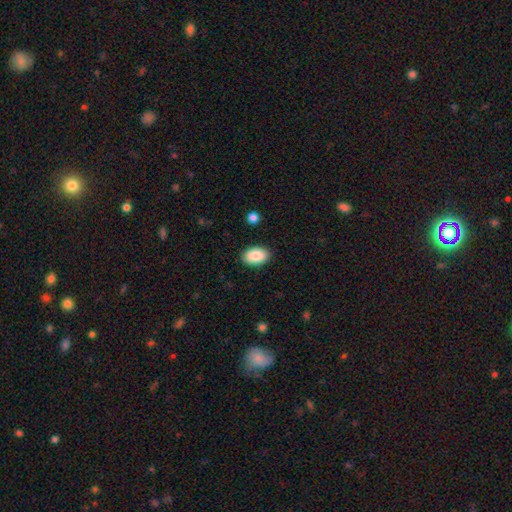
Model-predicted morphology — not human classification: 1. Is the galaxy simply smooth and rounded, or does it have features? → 89% smooth, 7% star or artifact, 5% featured or disk.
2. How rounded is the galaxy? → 91% in between, 8% round, 1% cigar-shaped.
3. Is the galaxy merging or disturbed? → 89% none, 8% minor disturbance, 2% major disturbance, 1% merger.